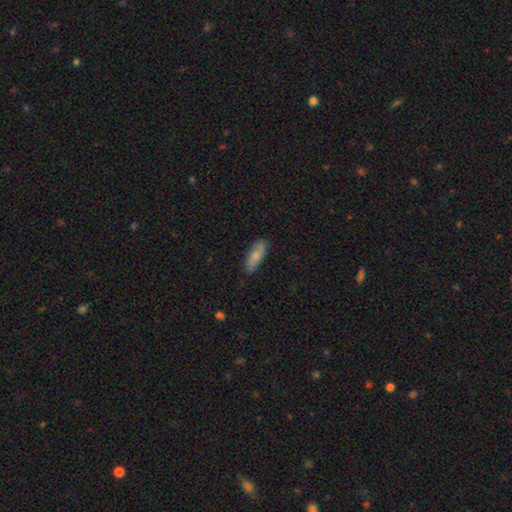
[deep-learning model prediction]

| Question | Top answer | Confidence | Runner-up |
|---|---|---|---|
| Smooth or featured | smooth | 73% | featured or disk (21%) |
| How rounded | in between | 56% | cigar-shaped (42%) |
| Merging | none | 79% | minor disturbance (16%) |